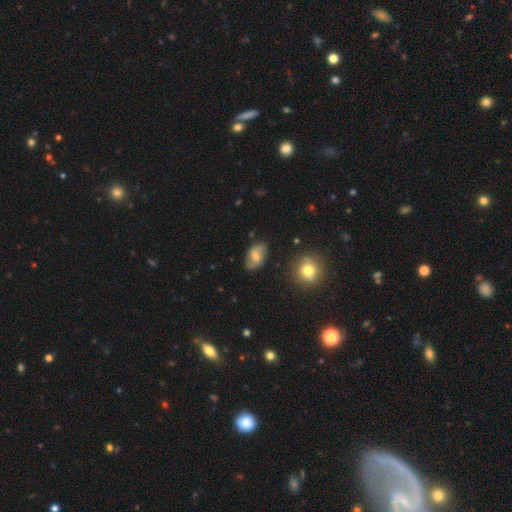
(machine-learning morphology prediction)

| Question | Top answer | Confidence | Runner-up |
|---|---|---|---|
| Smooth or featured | featured or disk | 55% | smooth (37%) |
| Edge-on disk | no | 96% | yes (4%) |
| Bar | weak | 51% | no (36%) |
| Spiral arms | yes | 85% | no (15%) |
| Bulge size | moderate | 51% | small (33%) |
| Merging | none | 79% | minor disturbance (15%) |